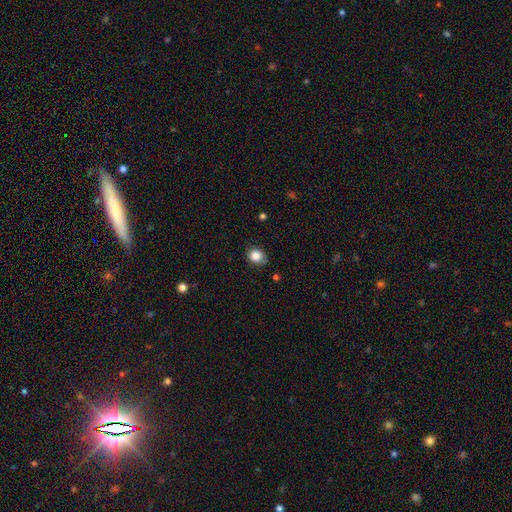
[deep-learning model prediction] Morphology: type=smooth (84%); roundness=round (64%); merging=none (79%).